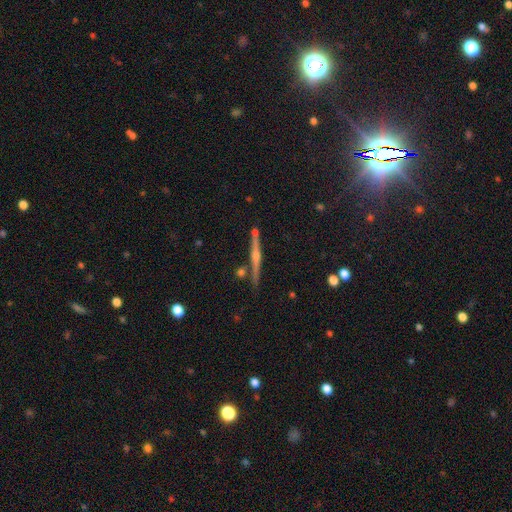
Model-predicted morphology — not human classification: Smooth or featured: featured or disk — 78% (smooth — 14%)
Edge-on disk: yes — 98% (no — 2%)
Edge-on bulge: rounded — 82% (none — 11%)
Merging: none — 85% (minor disturbance — 9%)